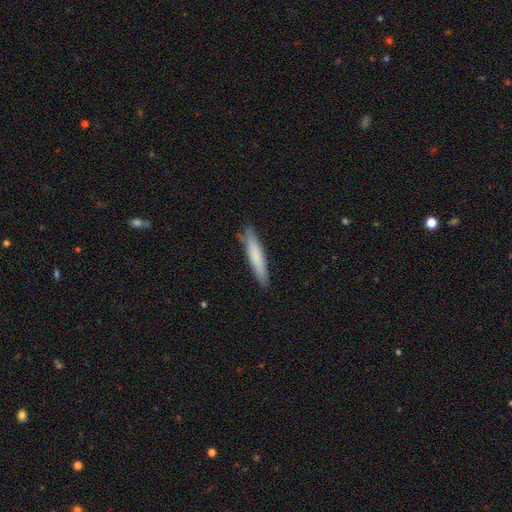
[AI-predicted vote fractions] This is likely a smooth galaxy (75%). How rounded: clearly cigar-shaped (91%). Merging: clearly none (87%).